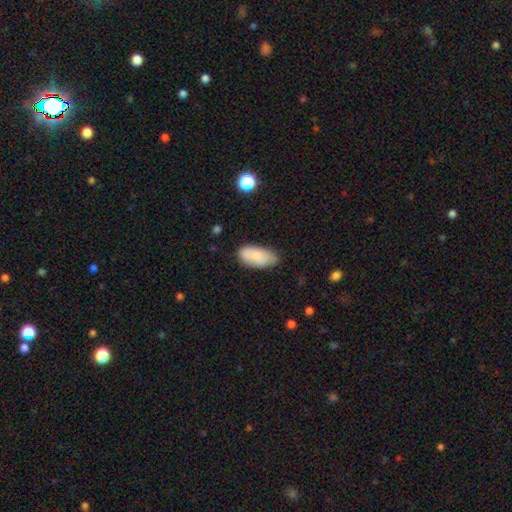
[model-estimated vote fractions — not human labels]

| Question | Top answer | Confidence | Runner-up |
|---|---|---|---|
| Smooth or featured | smooth | 77% | featured or disk (16%) |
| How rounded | in between | 92% | cigar-shaped (5%) |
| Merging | none | 69% | minor disturbance (24%) |